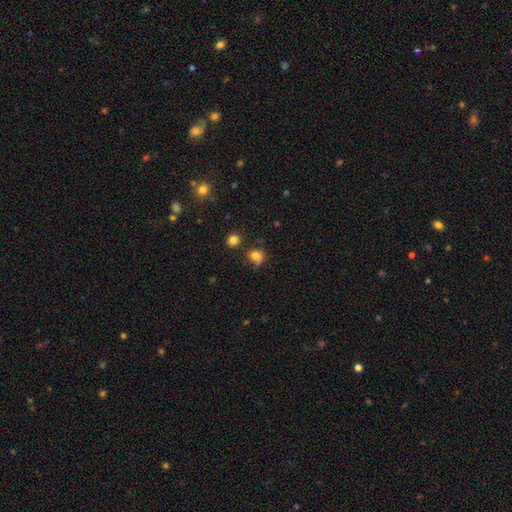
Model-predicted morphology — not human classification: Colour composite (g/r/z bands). It shows a smooth galaxy with no disk features (72%) that is round (68%). Merging: none (45%).